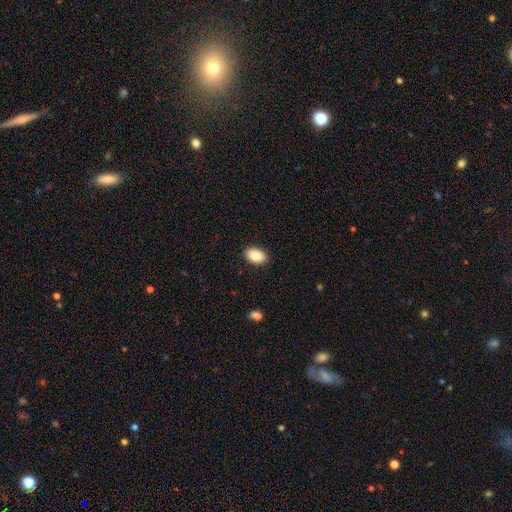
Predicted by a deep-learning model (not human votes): Q: Smooth or featured?
A: smooth (88%); runner-up: star or artifact (7%)
Q: How rounded?
A: in between (91%); runner-up: round (8%)
Q: Merging?
A: none (89%); runner-up: minor disturbance (8%)